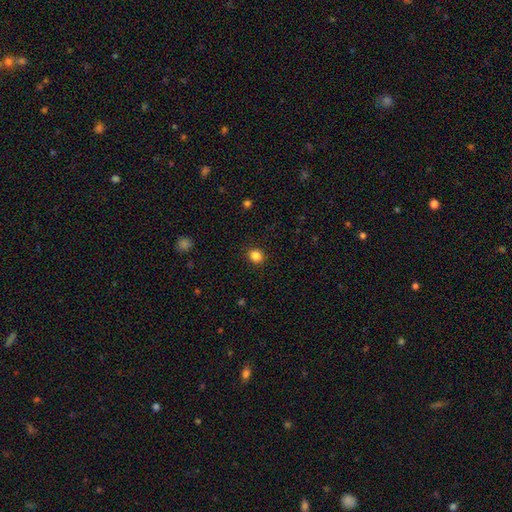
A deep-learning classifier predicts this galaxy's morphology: Q: Smooth or featured?
A: smooth (85%); runner-up: star or artifact (11%)
Q: How rounded?
A: round (76%); runner-up: in between (23%)
Q: Merging?
A: none (90%); runner-up: minor disturbance (7%)